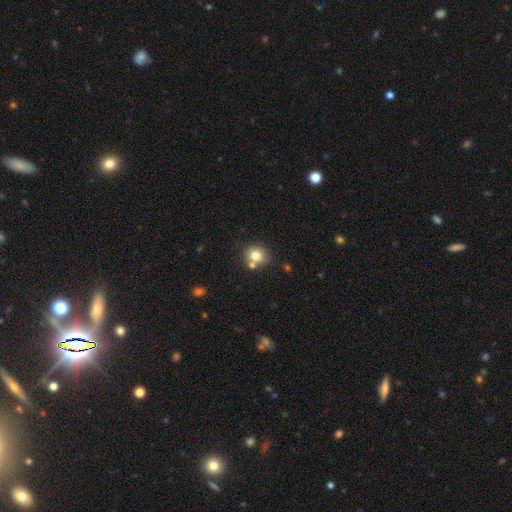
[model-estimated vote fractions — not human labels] A smooth galaxy with no disk features (78%) that is round (78%). Merging: none (66%).